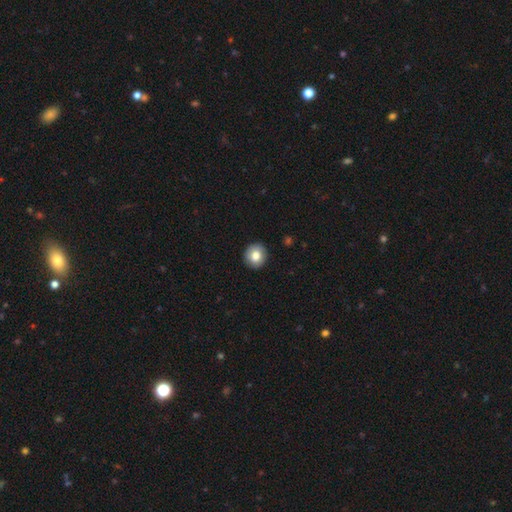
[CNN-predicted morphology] Overall: smooth (81%). How rounded: round (88%). Merging: none (90%).